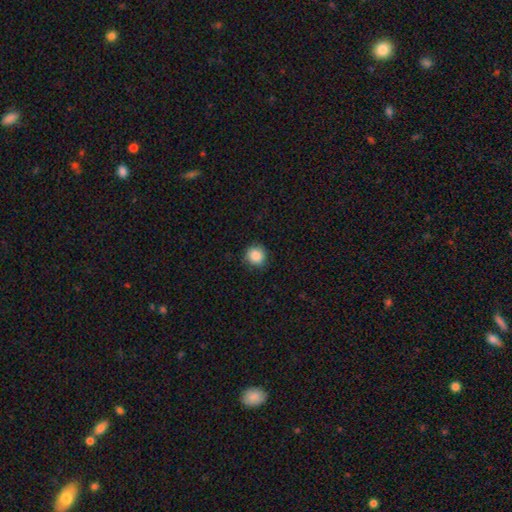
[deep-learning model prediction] Q: Smooth or featured?
A: smooth (87%); runner-up: star or artifact (9%)
Q: How rounded?
A: round (90%); runner-up: in between (9%)
Q: Merging?
A: none (87%); runner-up: minor disturbance (10%)